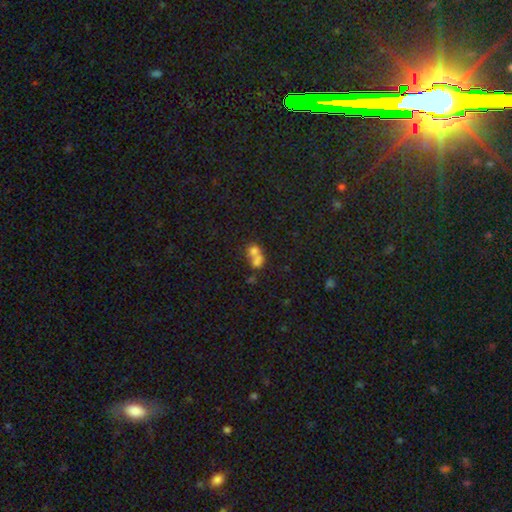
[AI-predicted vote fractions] Morphology: type=smooth (68%); roundness=round (56%); merging=merger (70%).